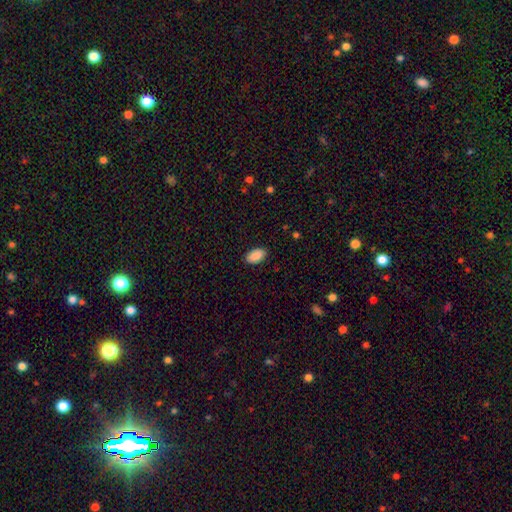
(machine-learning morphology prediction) Smooth or featured?
  - smooth: 91% *
  - star or artifact: 6%
  - featured or disk: 3%
How rounded?
  - in between: 94% *
  - round: 4%
  - cigar-shaped: 2%
Merging?
  - none: 88% *
  - minor disturbance: 9%
  - major disturbance: 2%
  - merger: 1%